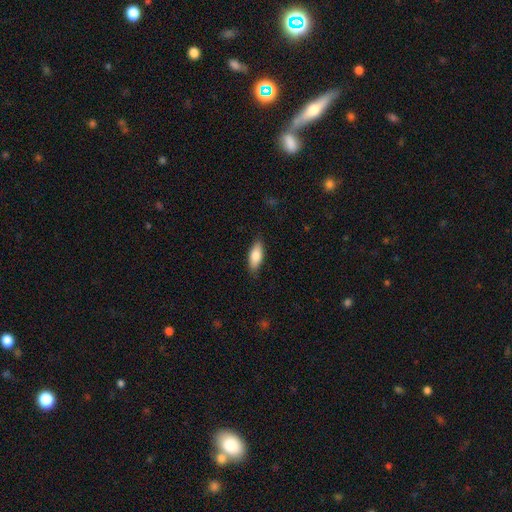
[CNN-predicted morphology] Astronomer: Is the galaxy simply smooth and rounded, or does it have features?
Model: smooth — 80%.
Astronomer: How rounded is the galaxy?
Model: in between — 73%.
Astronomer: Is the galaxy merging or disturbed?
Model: none — 85%.